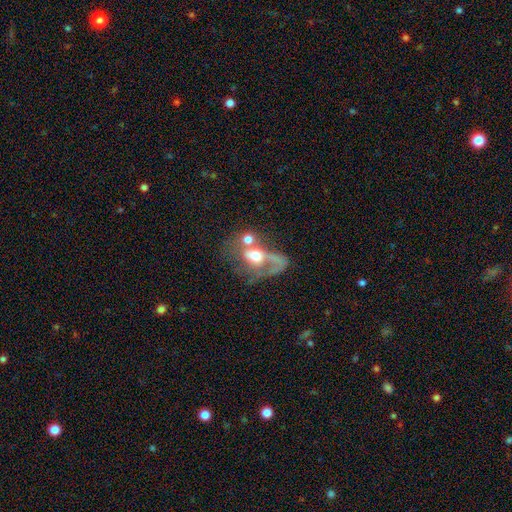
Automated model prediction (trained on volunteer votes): smooth_or_featured: featured or disk (p=0.51) [alt: smooth p=0.39]
disk_edge_on: no (p=0.95) [alt: yes p=0.05]
merging: merger (p=0.51) [alt: major disturbance p=0.26]